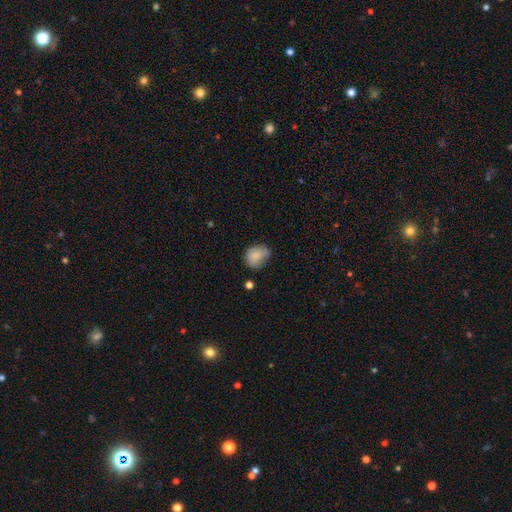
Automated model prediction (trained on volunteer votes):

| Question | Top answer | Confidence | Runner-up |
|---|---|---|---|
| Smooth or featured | smooth | 80% | featured or disk (10%) |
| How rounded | round | 53% | in between (46%) |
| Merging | none | 46% | minor disturbance (36%) |